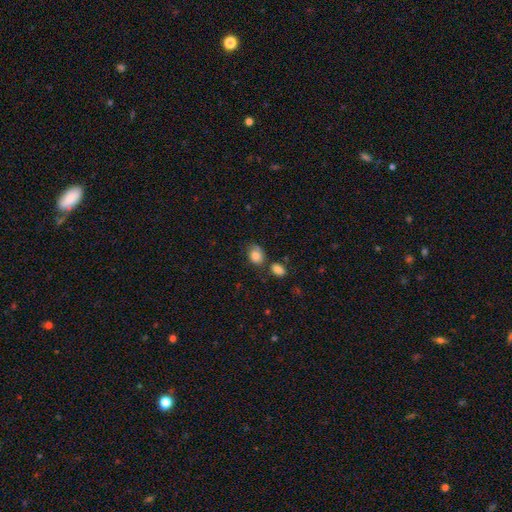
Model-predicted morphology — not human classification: smooth-or-featured: smooth: 79% | featured or disk: 12% | star or artifact: 9%
  how-rounded: in between: 58% | round: 41% | cigar-shaped: 1%
  merging: none: 53% | minor disturbance: 24% | merger: 14% | major disturbance: 9%